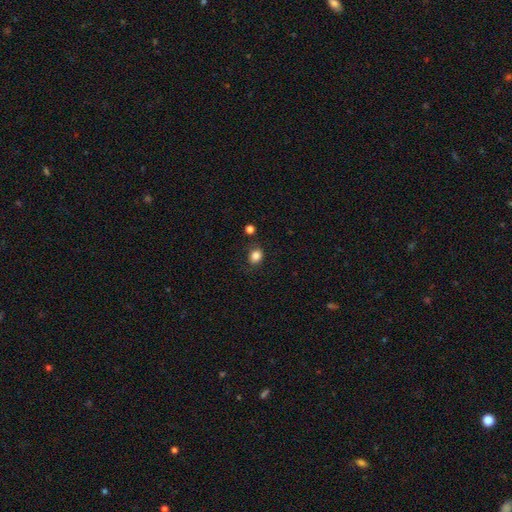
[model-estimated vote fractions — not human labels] The model was most divided on "how rounded": in between: 53%, round: 46%, cigar-shaped: 1%. More confident: smooth or featured — smooth (84%); merging — none (79%).